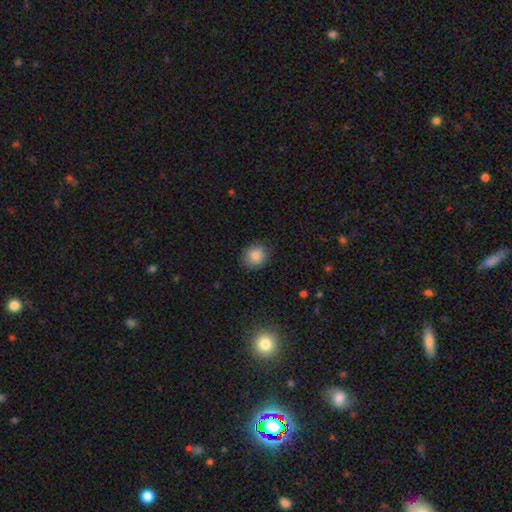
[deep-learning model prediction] Smooth or featured: smooth — 86% (star or artifact — 9%)
How rounded: round — 80% (in between — 19%)
Merging: none — 87% (minor disturbance — 10%)